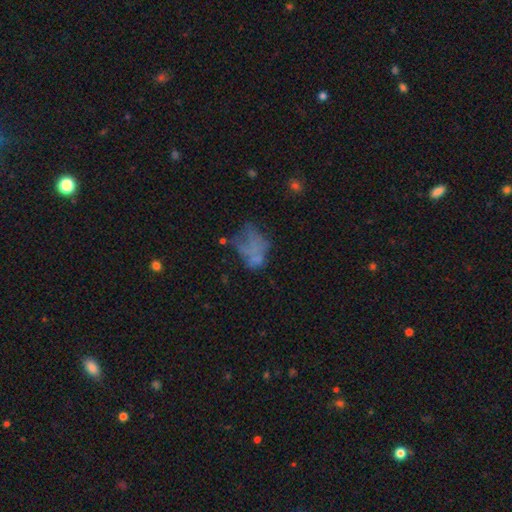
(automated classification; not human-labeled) This is possibly a smooth galaxy (45%). Merging: marginally major disturbance (39%).